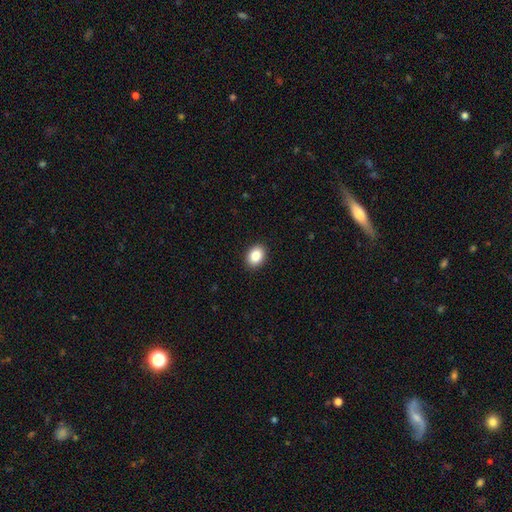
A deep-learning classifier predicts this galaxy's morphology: smooth-or-featured: smooth: 86% | star or artifact: 9% | featured or disk: 5%
  how-rounded: in between: 67% | round: 32% | cigar-shaped: 1%
  merging: none: 91% | minor disturbance: 6% | major disturbance: 2% | merger: 1%